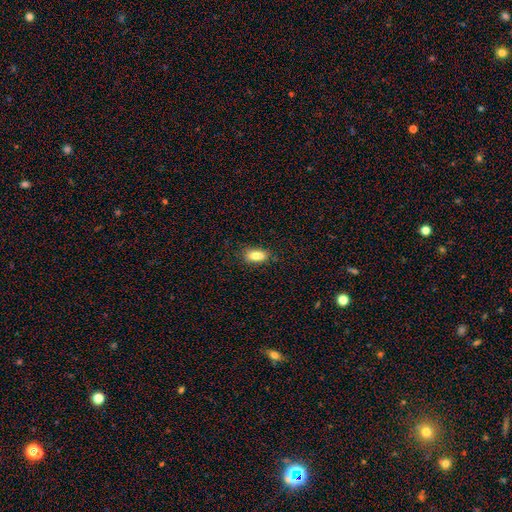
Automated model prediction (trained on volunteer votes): A smooth galaxy with no disk features (81%) that is in between round and cigar-shaped (82%).

Vote fractions:
- Smooth or featured? smooth: 81% / star or artifact: 9% / featured or disk: 9%
- How rounded? in between: 82% / cigar-shaped: 13% / round: 5%
- Merging? none: 80% / minor disturbance: 15% / major disturbance: 4% / merger: 2%